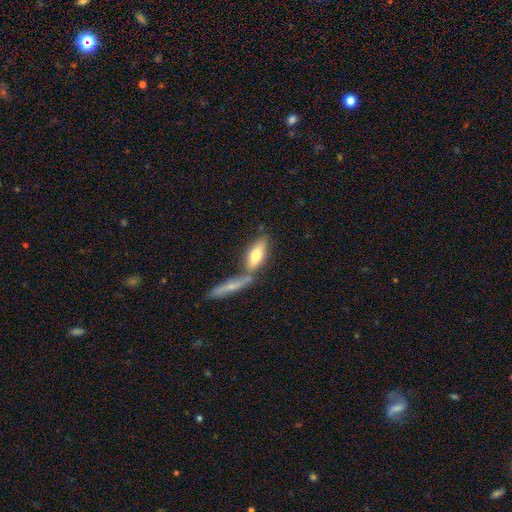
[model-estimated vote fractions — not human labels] smooth-or-featured: smooth: 67% | featured or disk: 27% | star or artifact: 6%
  how-rounded: in between: 60% | cigar-shaped: 37% | round: 3%
  merging: none: 49% | merger: 36% | minor disturbance: 11% | major disturbance: 4%